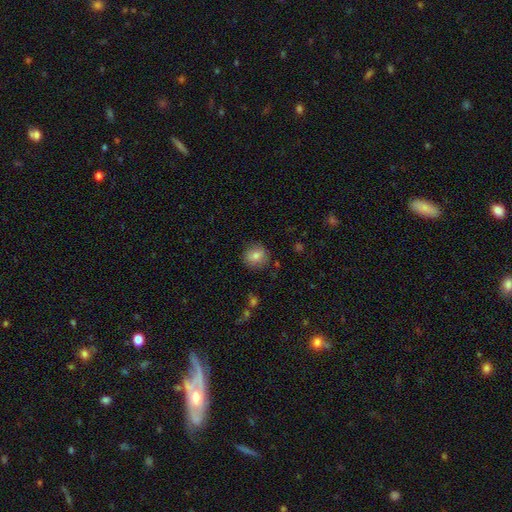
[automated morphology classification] smooth 78%, featured or disk 12%, star or artifact 10%. Down the decision tree: how rounded — round (85%); merging — none (85%).